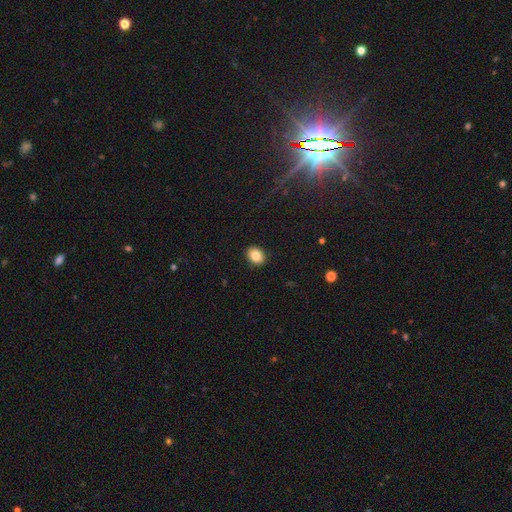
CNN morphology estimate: smooth-or-featured: smooth: 84% | star or artifact: 9% | featured or disk: 7%
  how-rounded: in between: 61% | round: 38% | cigar-shaped: 1%
  merging: none: 90% | minor disturbance: 7% | major disturbance: 2% | merger: 1%